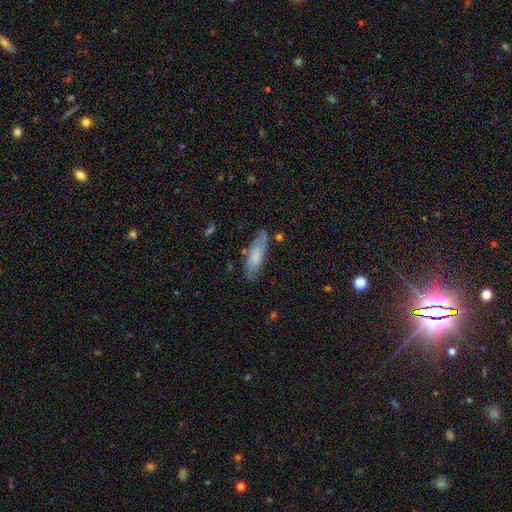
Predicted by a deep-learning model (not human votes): Smooth or featured? Predicted: featured or disk (p=0.53). Edge-on disk? Predicted: no (p=0.79). Merging? Predicted: none (p=0.71).